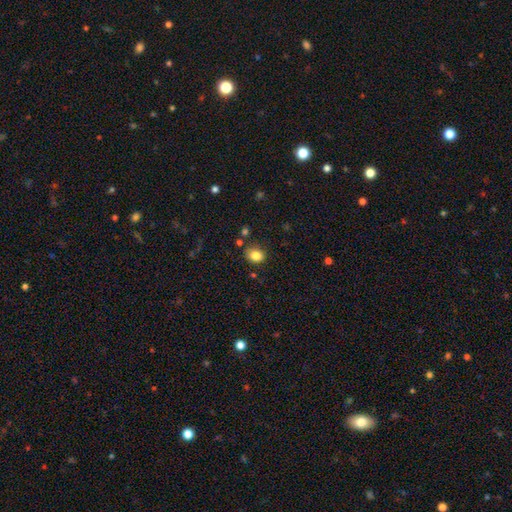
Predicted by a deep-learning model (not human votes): Smooth or featured? smooth (83%)
How rounded? round (55%)
Merging? none (80%)